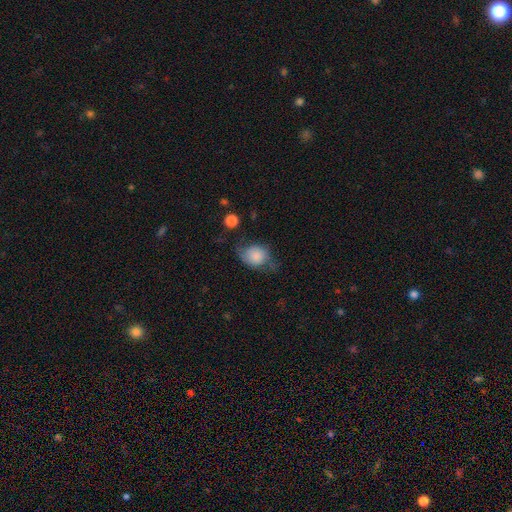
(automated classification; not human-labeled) Smooth or featured? Predicted: smooth (p=0.70). How rounded? Predicted: round (p=0.55). Merging? Predicted: none (p=0.43).